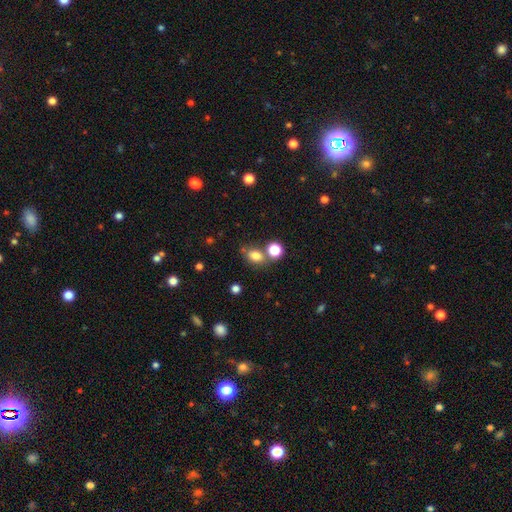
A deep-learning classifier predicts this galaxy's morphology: smooth 79%, star or artifact 14%, featured or disk 8%. Down the decision tree: how rounded — in between (64%); merging — none (59%).